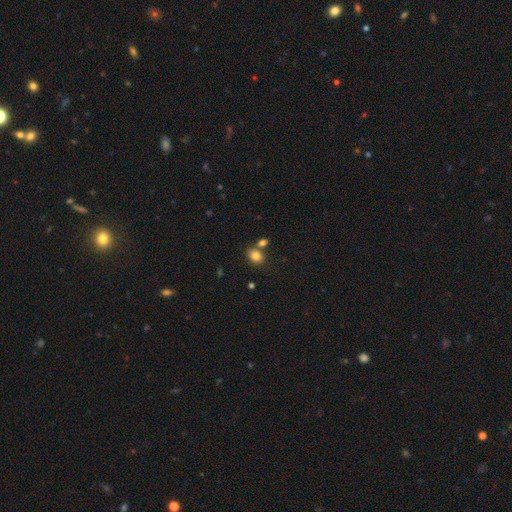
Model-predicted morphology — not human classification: type=smooth (82%); roundness=in between (57%); merging=none (66%).